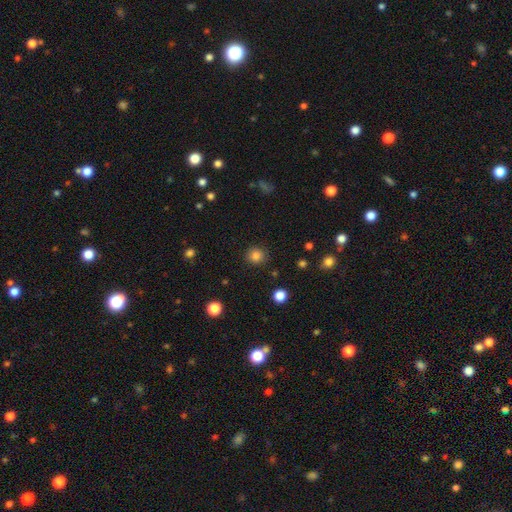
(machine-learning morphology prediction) The model was most divided on "smooth or featured": smooth: 84%, star or artifact: 12%, featured or disk: 4%. More confident: merging — none (89%); how rounded — round (88%).